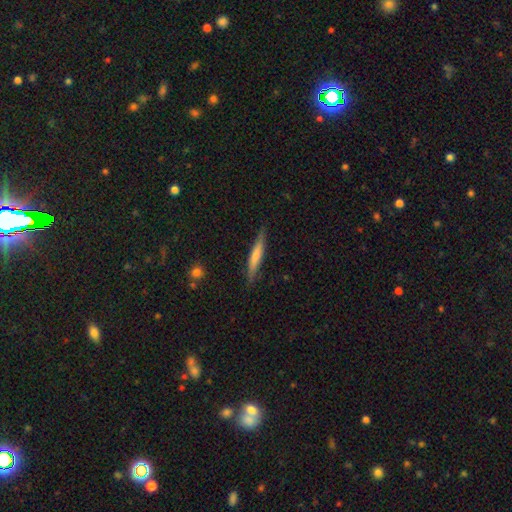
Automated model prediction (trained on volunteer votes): Smooth or featured? smooth (62%)
How rounded? cigar-shaped (92%)
Merging? none (84%)